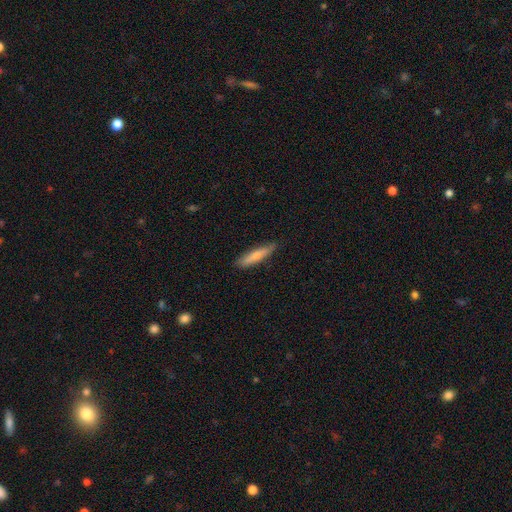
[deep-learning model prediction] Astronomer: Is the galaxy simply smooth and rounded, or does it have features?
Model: smooth — 70%.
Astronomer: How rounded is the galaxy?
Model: cigar-shaped — 84%.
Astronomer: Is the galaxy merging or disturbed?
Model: none — 84%.